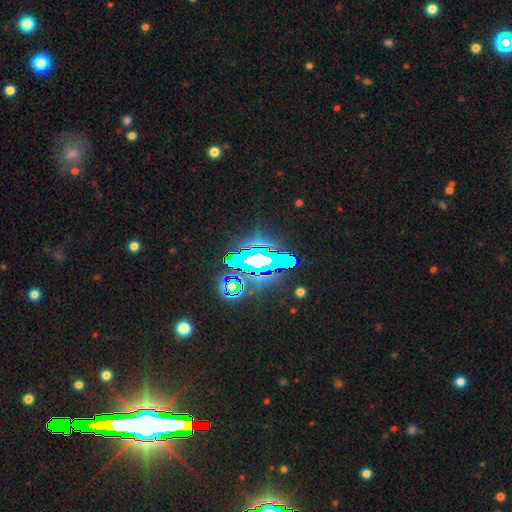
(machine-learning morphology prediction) type=star or artifact (66%).